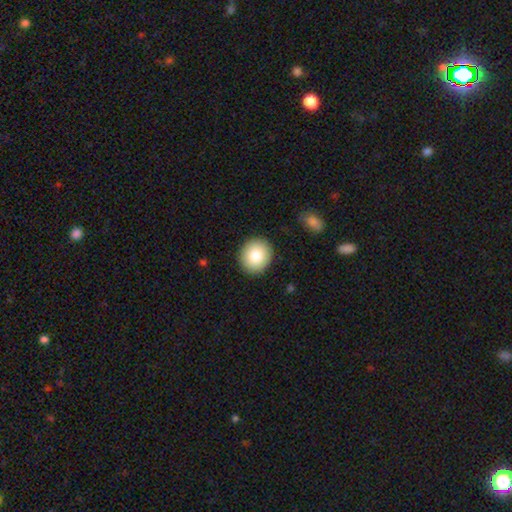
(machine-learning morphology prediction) smooth_or_featured: smooth (p=0.82) [alt: featured or disk p=0.10]
how_rounded: round (p=0.85) [alt: in between p=0.14]
merging: none (p=0.91) [alt: minor disturbance p=0.06]